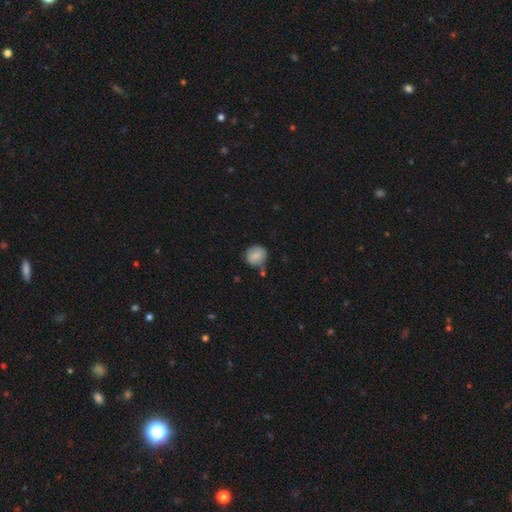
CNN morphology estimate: smooth 79%, featured or disk 13%, star or artifact 8%. Down the decision tree: how rounded — round (80%); merging — none (63%).